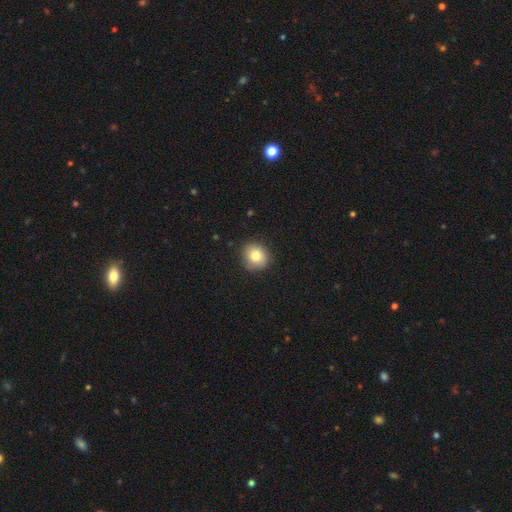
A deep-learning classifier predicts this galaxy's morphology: A smooth galaxy with no disk features (79%) that is round (82%).

Vote fractions:
- Smooth or featured? smooth: 79% / featured or disk: 11% / star or artifact: 10%
- How rounded? round: 82% / in between: 17% / cigar-shaped: 1%
- Merging? none: 82% / minor disturbance: 14% / major disturbance: 3% / merger: 1%